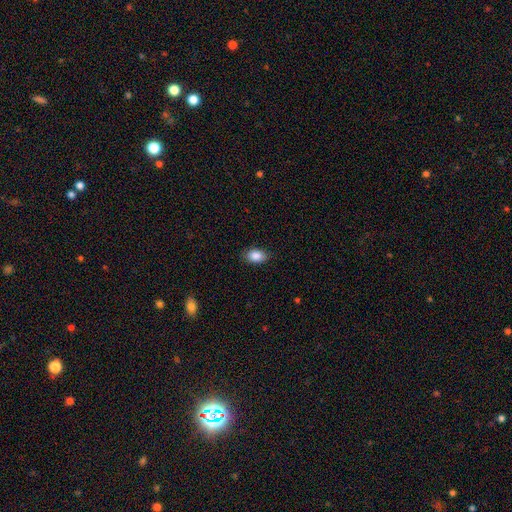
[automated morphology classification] smooth_or_featured: smooth (p=0.88) [alt: star or artifact p=0.08]
how_rounded: in between (p=0.88) [alt: round p=0.10]
merging: none (p=0.87) [alt: minor disturbance p=0.10]